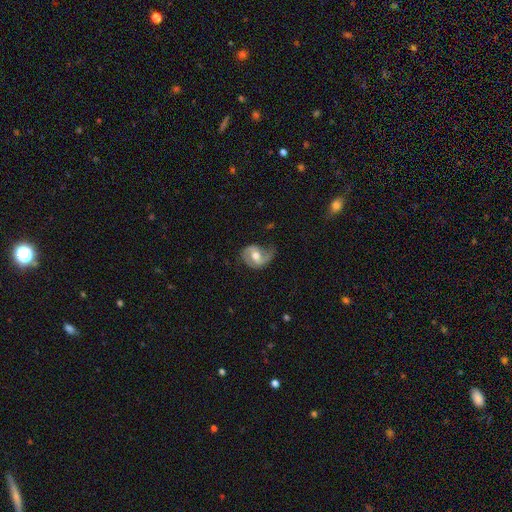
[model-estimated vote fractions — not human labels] Morphology: type=featured or disk (71%); edge-on=no (97%); bar=weak (43%); spiral arms=yes (88%); winding=medium (44%); arm count=2 (72%); bulge=moderate (70%); merging=none (49%).